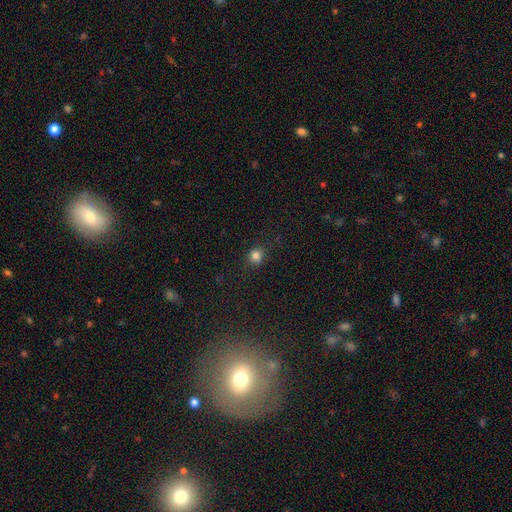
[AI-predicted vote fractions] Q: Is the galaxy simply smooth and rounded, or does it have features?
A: smooth — 81%.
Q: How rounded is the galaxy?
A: round — 88%.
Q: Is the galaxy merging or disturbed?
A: none — 86%.